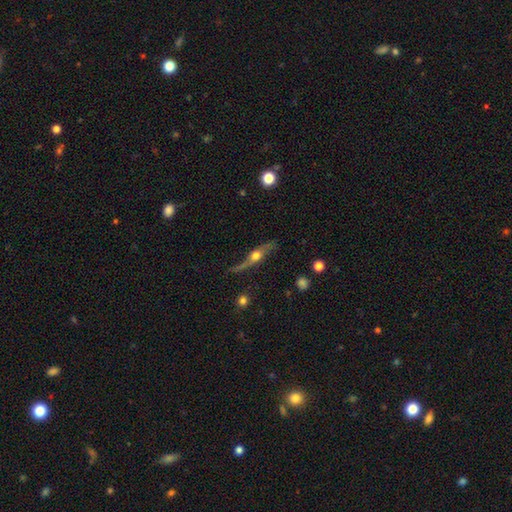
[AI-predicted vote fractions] A featured or disk galaxy (72%) viewed edge-on (71%) with a rounded central bulge (93%). Merging: none (61%).